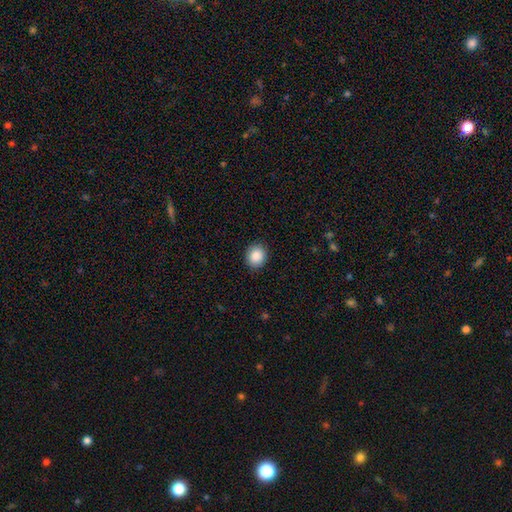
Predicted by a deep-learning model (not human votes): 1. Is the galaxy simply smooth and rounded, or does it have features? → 87% smooth, 8% star or artifact, 4% featured or disk.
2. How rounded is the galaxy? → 75% round, 25% in between, 1% cigar-shaped.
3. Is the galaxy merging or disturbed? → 90% none, 7% minor disturbance, 2% major disturbance, 1% merger.